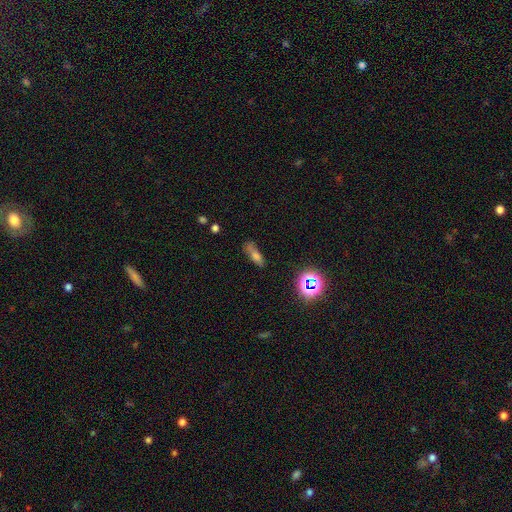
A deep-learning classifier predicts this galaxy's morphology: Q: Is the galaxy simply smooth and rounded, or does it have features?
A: smooth — 66%.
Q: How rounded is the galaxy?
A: in between — 54%.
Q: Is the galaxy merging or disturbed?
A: none — 58%.